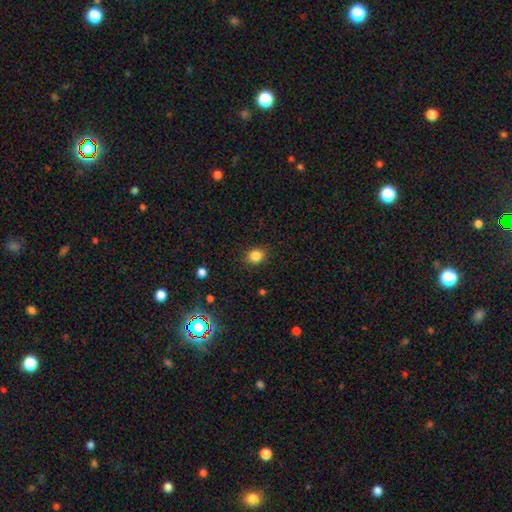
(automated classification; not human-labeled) Morphology: type=smooth (84%); roundness=round (68%); merging=none (88%).